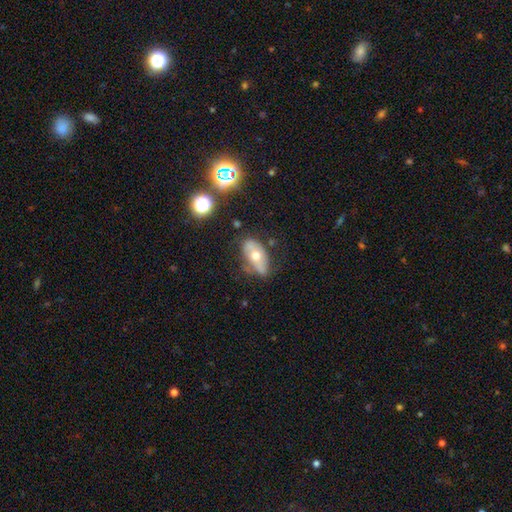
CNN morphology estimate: A smooth galaxy with no disk features (48%).

Vote fractions:
- Smooth or featured? smooth: 48% / featured or disk: 43% / star or artifact: 9%
- Merging? none: 59% / minor disturbance: 28% / major disturbance: 10% / merger: 3%